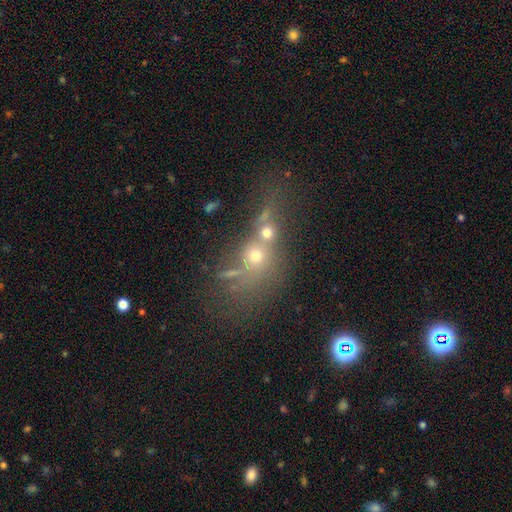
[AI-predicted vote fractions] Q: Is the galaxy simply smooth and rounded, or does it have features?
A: smooth — 40%.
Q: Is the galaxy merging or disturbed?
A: merger — 59%.